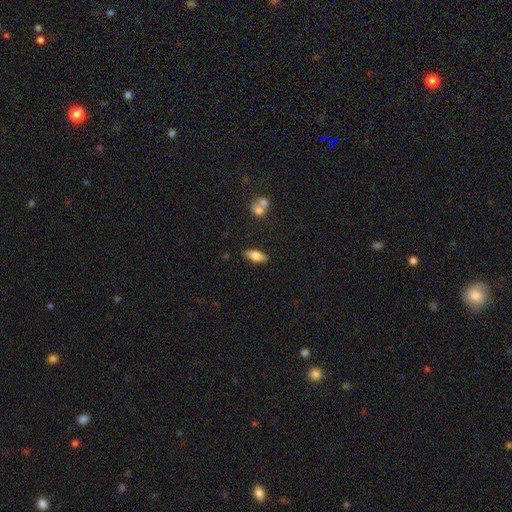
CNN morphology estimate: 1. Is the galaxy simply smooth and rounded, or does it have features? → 65% smooth, 28% featured or disk, 7% star or artifact.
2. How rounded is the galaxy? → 74% in between, 23% cigar-shaped, 3% round.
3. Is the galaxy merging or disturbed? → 86% none, 9% minor disturbance, 3% merger, 2% major disturbance.